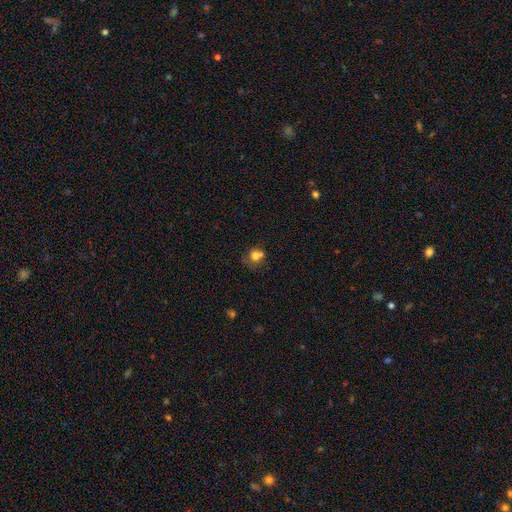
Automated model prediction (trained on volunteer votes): This appears to be a smooth galaxy with no disk features (73%) that is round (74%). Merging: none (41%).